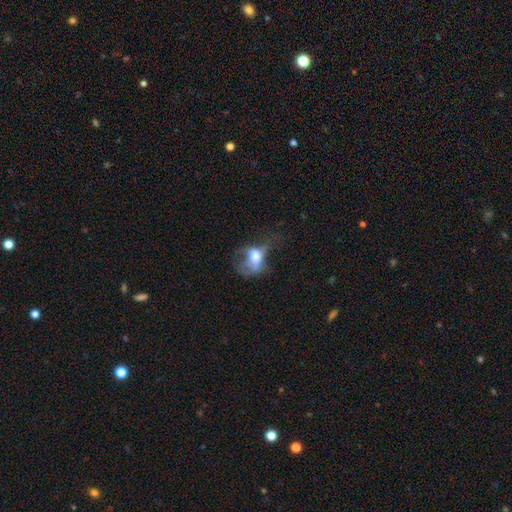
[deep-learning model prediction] Morphology: type=smooth (50%); merging=major disturbance (56%).